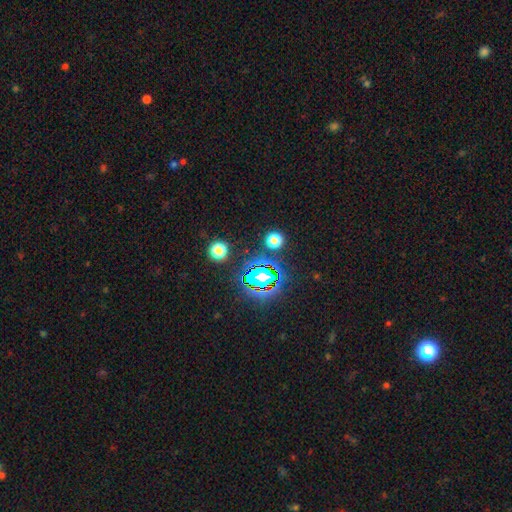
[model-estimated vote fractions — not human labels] Morphology: type=star or artifact (80%).